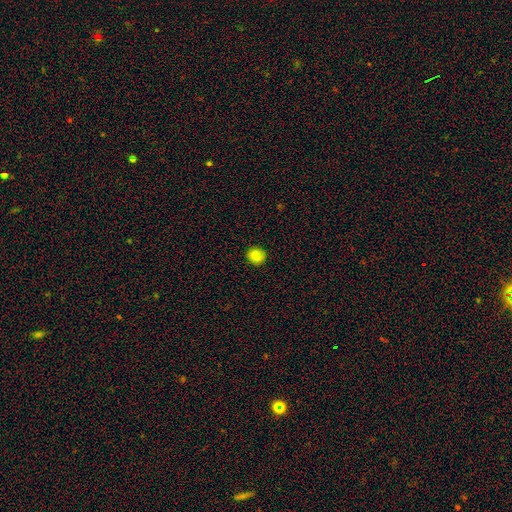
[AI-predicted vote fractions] Smooth or featured?
  - smooth: 83% *
  - star or artifact: 9%
  - featured or disk: 8%
How rounded?
  - round: 82% *
  - in between: 17%
  - cigar-shaped: 1%
Merging?
  - none: 90% *
  - minor disturbance: 7%
  - major disturbance: 2%
  - merger: 1%